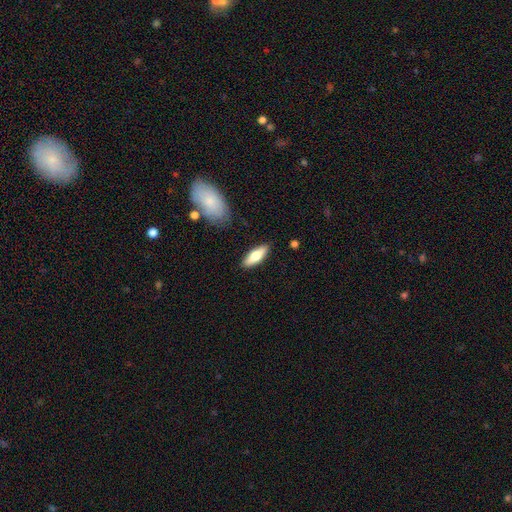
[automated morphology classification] Smooth or featured: smooth — 67% (featured or disk — 27%)
How rounded: in between — 62% (cigar-shaped — 36%)
Merging: none — 88% (minor disturbance — 9%)